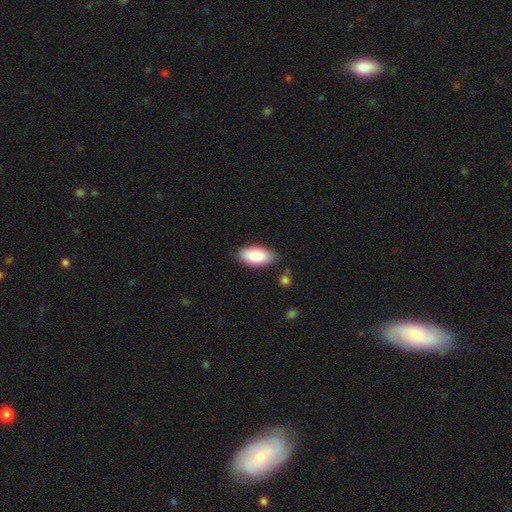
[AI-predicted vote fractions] smooth-or-featured: smooth: 85% | featured or disk: 9% | star or artifact: 6%
  how-rounded: in between: 92% | cigar-shaped: 6% | round: 2%
  merging: none: 82% | minor disturbance: 13% | major disturbance: 3% | merger: 3%